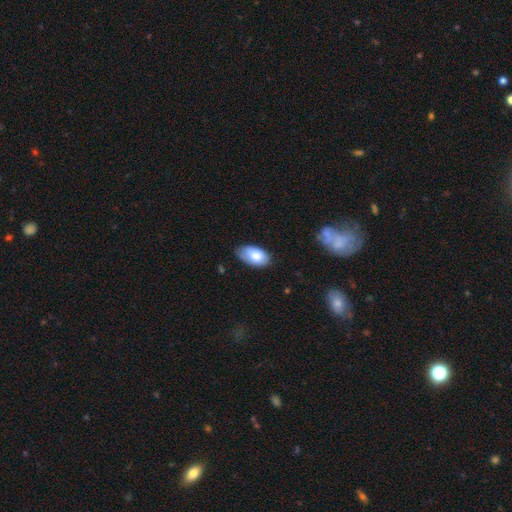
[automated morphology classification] This appears to be a smooth galaxy with no disk features (81%) that is in between round and cigar-shaped (95%). Merging: none (71%).